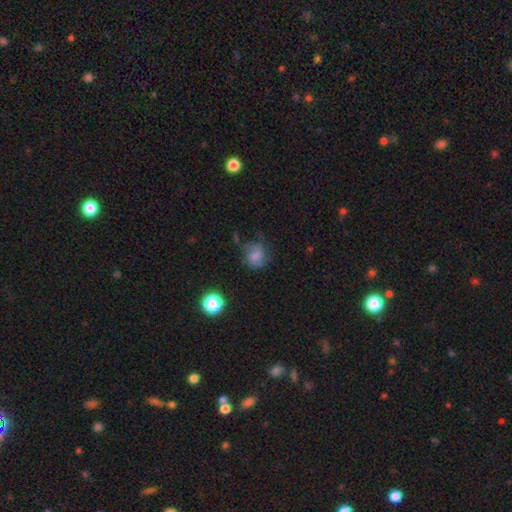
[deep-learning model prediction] smooth 60%, featured or disk 28%, star or artifact 13%. Down the decision tree: how rounded — round (68%); merging — none (47%).